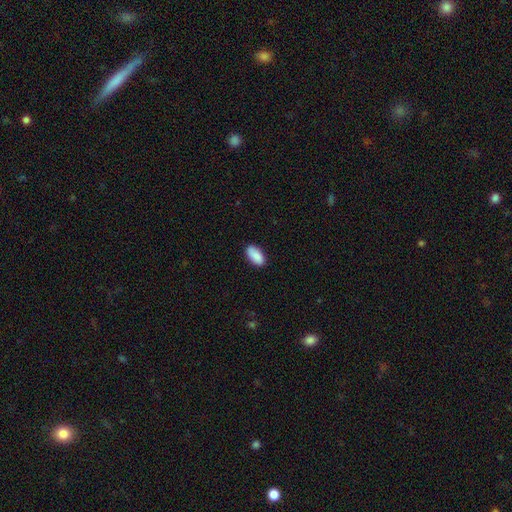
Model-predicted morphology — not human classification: type=smooth (87%); roundness=in between (93%); merging=none (85%).